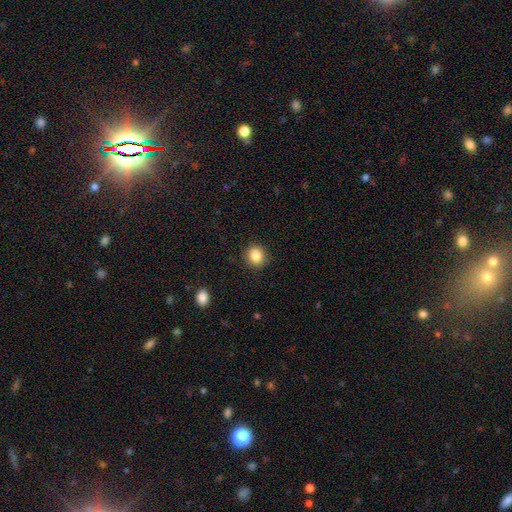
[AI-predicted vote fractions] Smooth or featured? smooth (86%)
How rounded? round (85%)
Merging? none (90%)